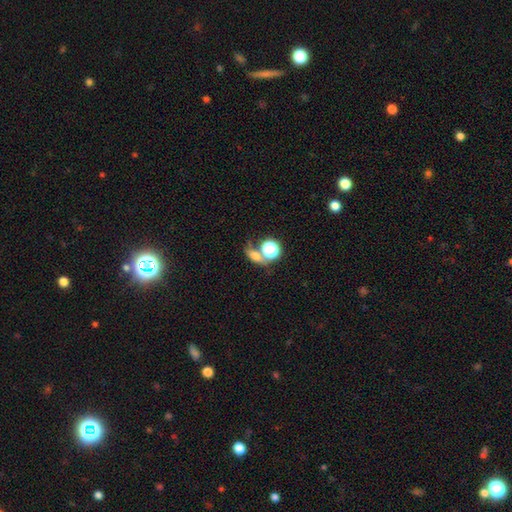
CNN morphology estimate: Smooth or featured? Predicted: smooth (p=0.61). How rounded? Predicted: in between (p=0.53). Merging? Predicted: none (p=0.44).